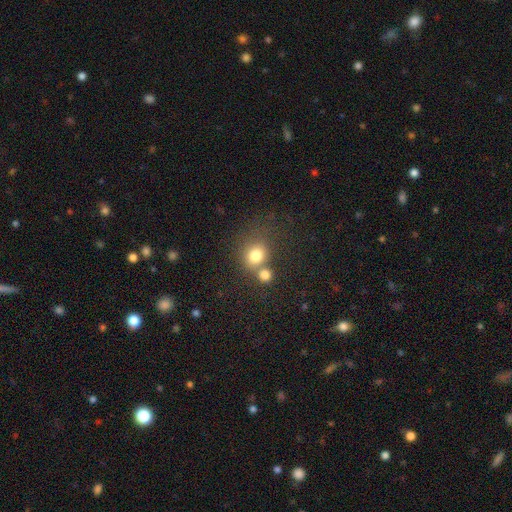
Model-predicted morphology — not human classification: A smooth galaxy with no disk features (78%) that is round (72%).

Vote fractions:
- Smooth or featured? smooth: 78% / star or artifact: 13% / featured or disk: 10%
- How rounded? round: 72% / in between: 27% / cigar-shaped: 1%
- Merging? none: 44% / merger: 41% / minor disturbance: 10% / major disturbance: 5%